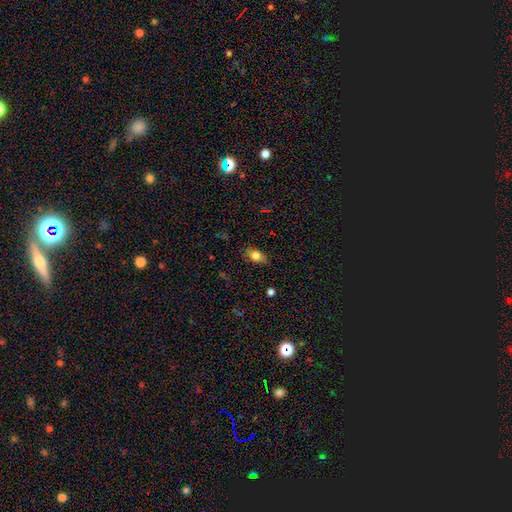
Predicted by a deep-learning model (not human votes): Smooth or featured? Predicted: smooth (p=0.78). How rounded? Predicted: in between (p=0.81). Merging? Predicted: none (p=0.72).